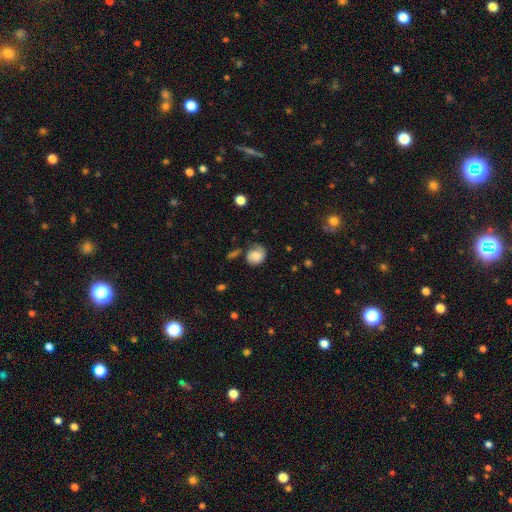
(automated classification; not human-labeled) smooth 66%, featured or disk 25%, star or artifact 9%. Down the decision tree: how rounded — round (63%); merging — none (49%).